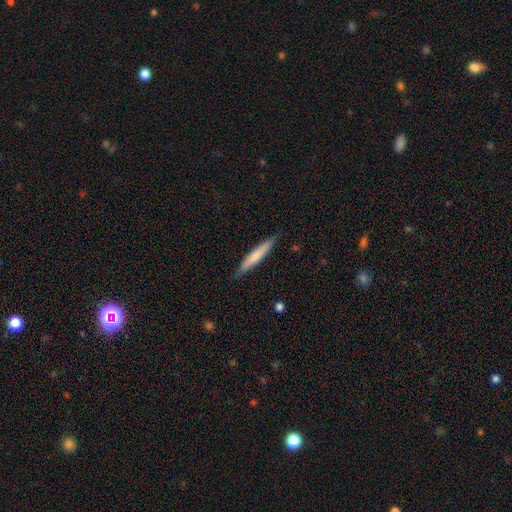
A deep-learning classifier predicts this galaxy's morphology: The model was most divided on "smooth or featured": smooth: 67%, featured or disk: 28%, star or artifact: 6%. More confident: how rounded — cigar-shaped (92%); merging — none (86%).